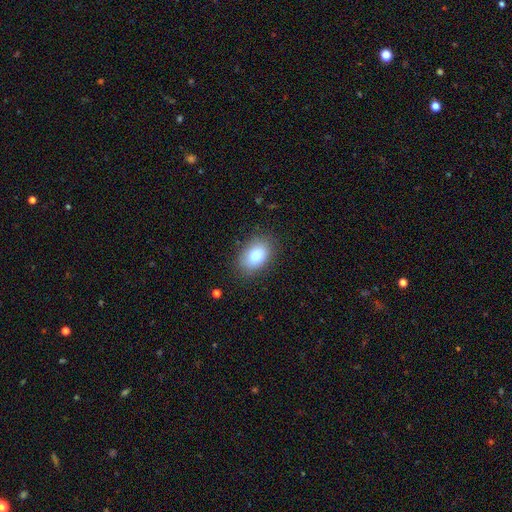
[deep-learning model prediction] This appears to be a smooth galaxy with no disk features (84%) that is in between round and cigar-shaped (85%). Merging: none (81%).